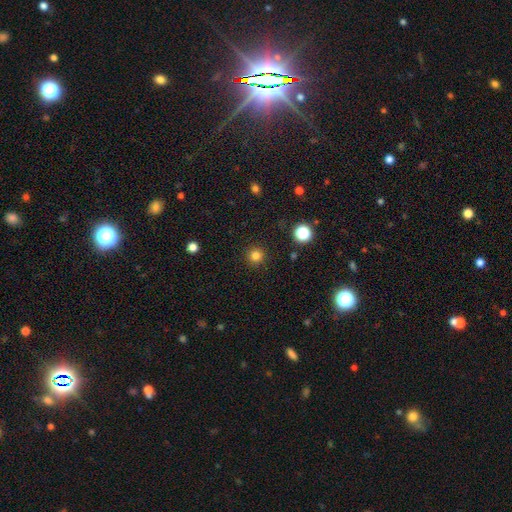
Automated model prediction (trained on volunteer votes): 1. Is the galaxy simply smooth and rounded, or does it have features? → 82% smooth, 14% star or artifact, 4% featured or disk.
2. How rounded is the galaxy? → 95% round, 4% in between, 1% cigar-shaped.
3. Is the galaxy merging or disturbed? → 92% none, 5% minor disturbance, 2% major disturbance, 1% merger.